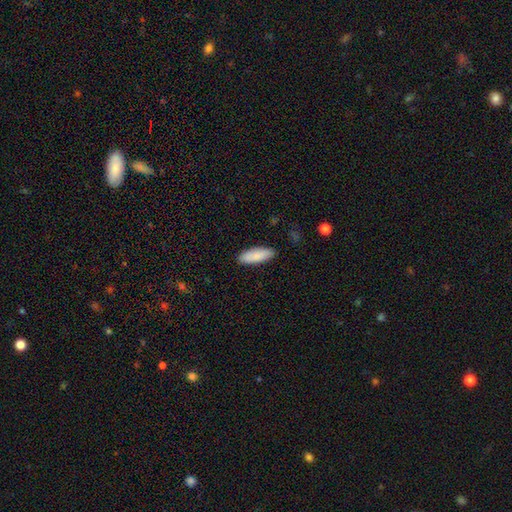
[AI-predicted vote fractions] smooth-or-featured: smooth: 88% | featured or disk: 6% | star or artifact: 6%
  how-rounded: in between: 60% | cigar-shaped: 39% | round: 2%
  merging: none: 89% | minor disturbance: 8% | major disturbance: 2% | merger: 1%